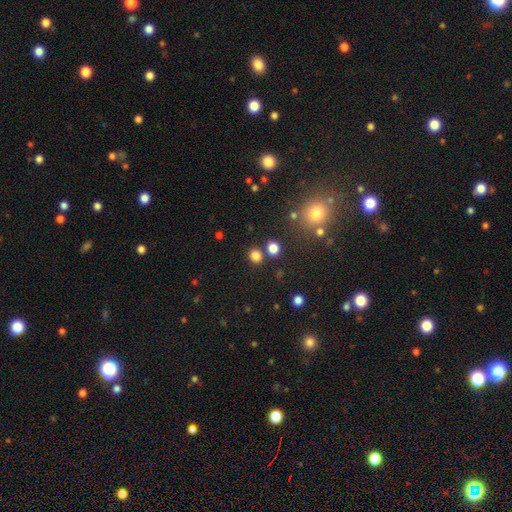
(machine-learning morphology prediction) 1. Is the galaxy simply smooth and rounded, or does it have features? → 79% smooth, 17% star or artifact, 5% featured or disk.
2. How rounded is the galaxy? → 73% round, 26% in between, 1% cigar-shaped.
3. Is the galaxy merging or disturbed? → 79% none, 10% merger, 8% minor disturbance, 3% major disturbance.